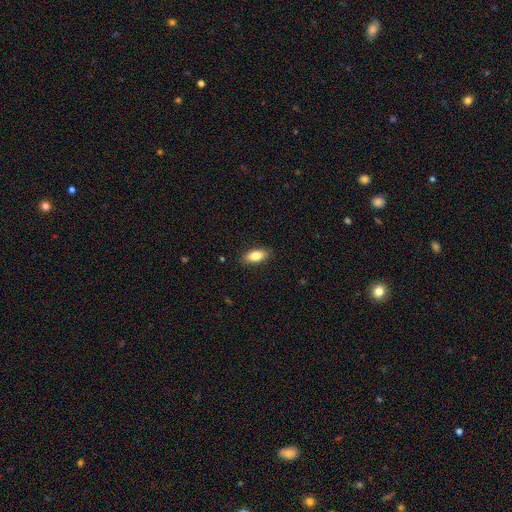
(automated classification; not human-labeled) A smooth galaxy with no disk features (81%) that is in between round and cigar-shaped (86%).

Vote fractions:
- Smooth or featured? smooth: 81% / featured or disk: 12% / star or artifact: 7%
- How rounded? in between: 86% / cigar-shaped: 10% / round: 3%
- Merging? none: 87% / minor disturbance: 10% / major disturbance: 2% / merger: 1%